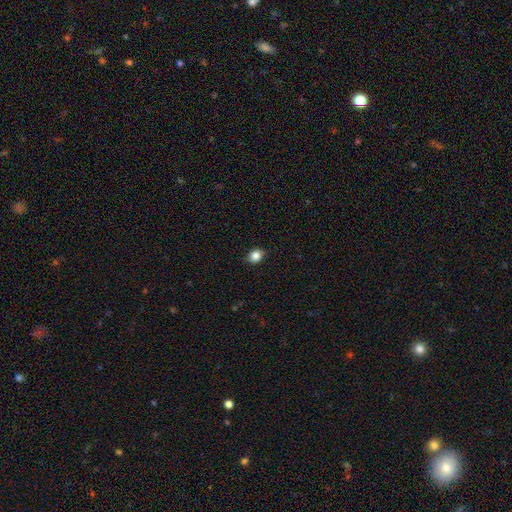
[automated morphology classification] A smooth galaxy with no disk features (85%) that is round (56%). Merging: none (89%).